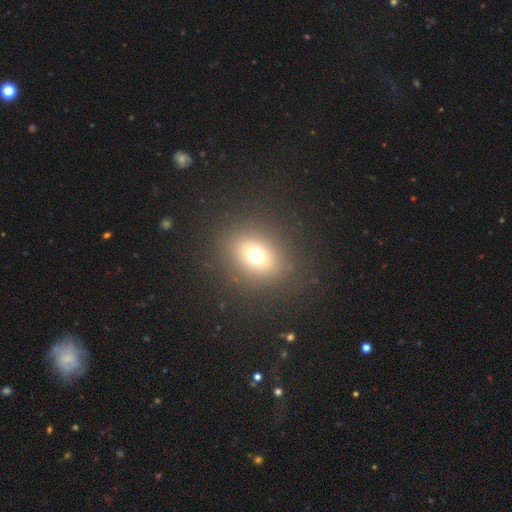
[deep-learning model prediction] Smooth or featured? Predicted: smooth (p=0.69). How rounded? Predicted: round (p=0.58). Merging? Predicted: none (p=0.86).